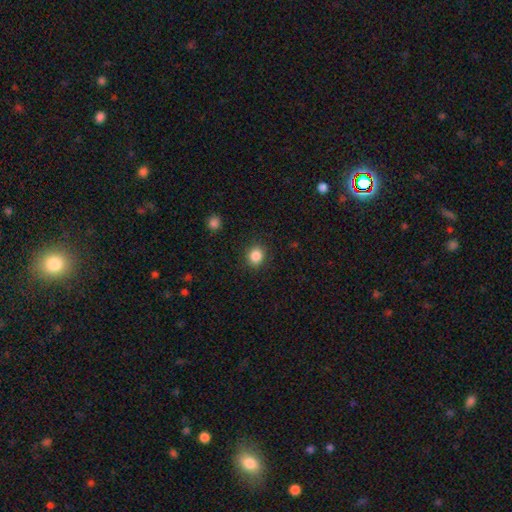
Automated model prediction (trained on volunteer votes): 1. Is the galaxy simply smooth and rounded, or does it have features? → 86% smooth, 10% star or artifact, 4% featured or disk.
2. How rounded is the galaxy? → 72% round, 27% in between, 1% cigar-shaped.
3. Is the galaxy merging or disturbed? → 89% none, 7% minor disturbance, 3% major disturbance, 1% merger.